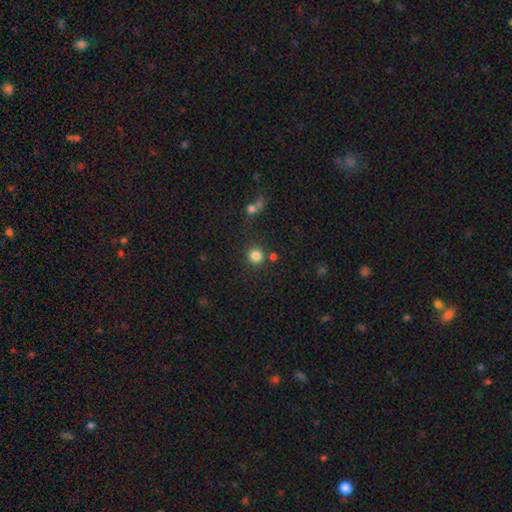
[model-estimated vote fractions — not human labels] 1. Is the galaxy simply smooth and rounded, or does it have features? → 83% smooth, 12% star or artifact, 5% featured or disk.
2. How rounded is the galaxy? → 93% round, 6% in between, 1% cigar-shaped.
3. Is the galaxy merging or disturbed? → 80% none, 9% merger, 8% minor disturbance, 4% major disturbance.